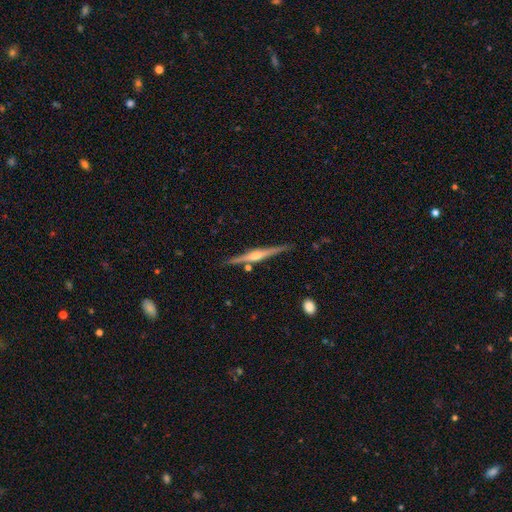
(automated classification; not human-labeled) Smooth or featured: featured or disk — 79% (smooth — 15%)
Edge-on disk: yes — 98% (no — 2%)
Edge-on bulge: rounded — 84% (boxy — 10%)
Merging: none — 87% (minor disturbance — 9%)